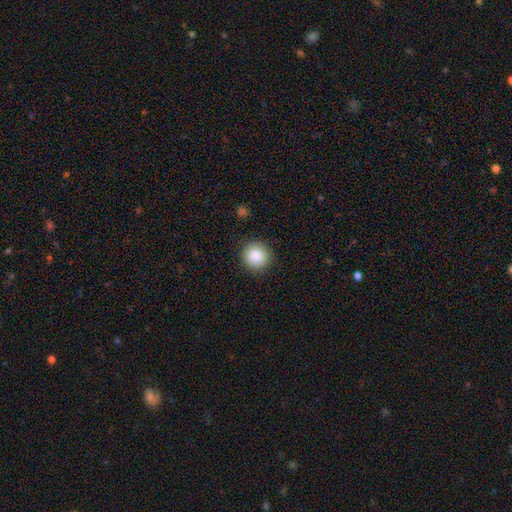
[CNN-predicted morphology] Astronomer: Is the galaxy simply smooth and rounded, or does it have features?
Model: smooth — 88%.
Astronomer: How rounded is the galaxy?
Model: round — 94%.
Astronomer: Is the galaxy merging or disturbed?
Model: none — 90%.